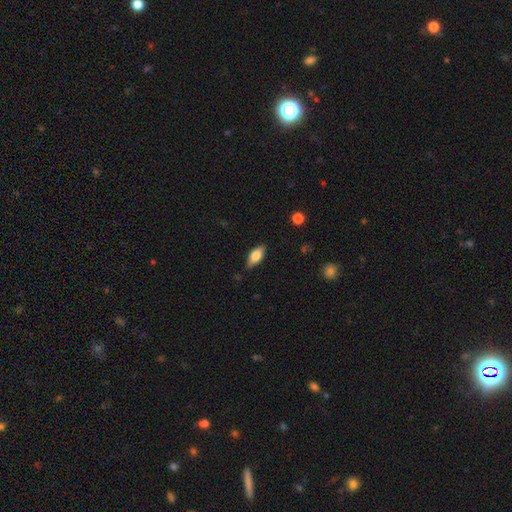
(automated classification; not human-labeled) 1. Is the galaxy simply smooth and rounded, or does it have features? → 71% smooth, 23% featured or disk, 6% star or artifact.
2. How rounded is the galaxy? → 83% in between, 14% cigar-shaped, 3% round.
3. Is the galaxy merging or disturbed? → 83% none, 13% minor disturbance, 2% major disturbance, 1% merger.